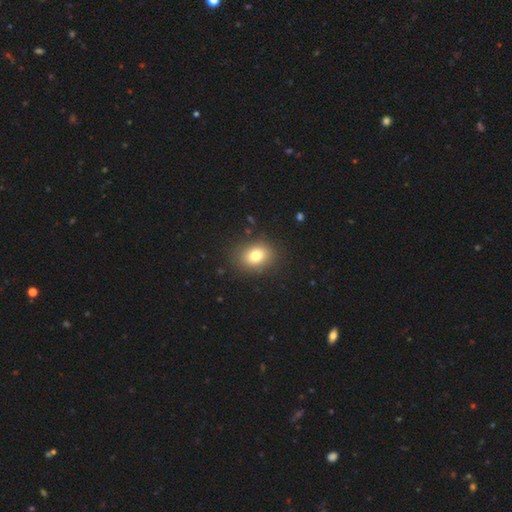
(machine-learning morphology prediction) Overall: smooth (78%). How rounded: in between (51%; round 48%). Merging: none (86%).